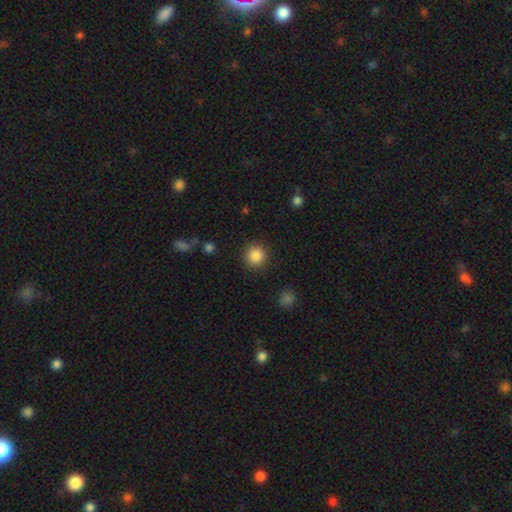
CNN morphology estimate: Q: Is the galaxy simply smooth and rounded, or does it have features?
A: smooth — 87%.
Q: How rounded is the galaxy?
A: round — 91%.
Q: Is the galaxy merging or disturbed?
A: none — 89%.